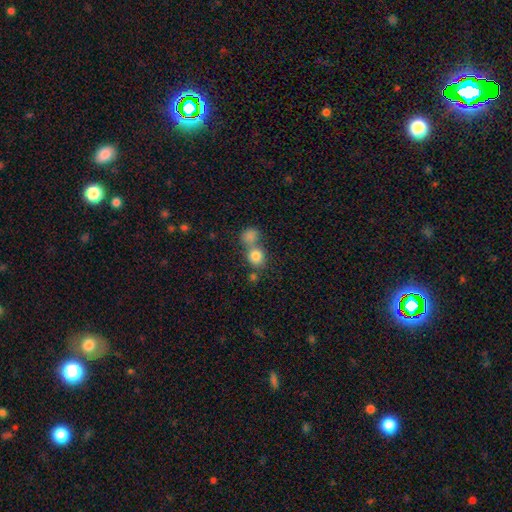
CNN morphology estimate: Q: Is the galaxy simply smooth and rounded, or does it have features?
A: smooth — 82%.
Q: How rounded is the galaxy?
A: round — 79%.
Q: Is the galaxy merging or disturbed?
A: none — 46%.